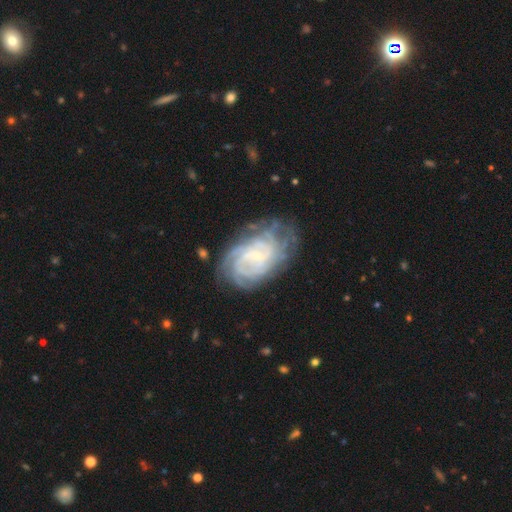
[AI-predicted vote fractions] A featured or disk galaxy (81%) with a weak bar (48%), tight (69%) spiral arms (92%) and a small central bulge (65%).

Vote fractions:
- Smooth or featured? featured or disk: 81% / smooth: 11% / star or artifact: 8%
- Edge-on disk? no: 97% / yes: 3%
- Bar? weak: 48% / no: 37% / strong: 14%
- Spiral arms? yes: 92% / no: 8%
- Spiral winding? tight: 69% / medium: 24% / loose: 7%
- Spiral arm count? can't tell: 45% / 4: 16% / 2: 12% / 3: 11% / more than 4: 10% / 1: 6%
- Bulge size? small: 65% / none: 17% / moderate: 15% / large: 2% / dominant: 1%
- Merging? none: 65% / minor disturbance: 22% / major disturbance: 11% / merger: 2%